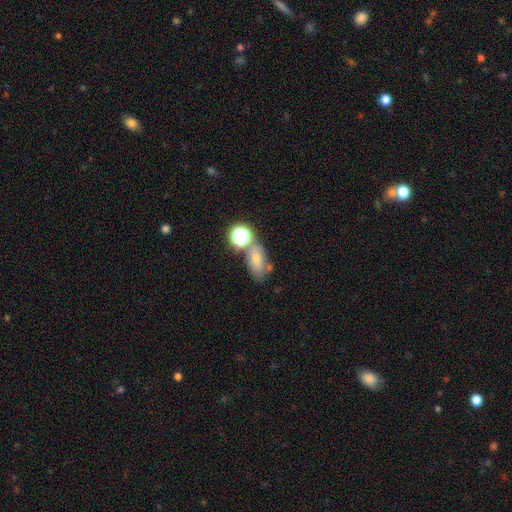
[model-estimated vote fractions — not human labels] Morphology: type=smooth (64%); roundness=in between (79%); merging=none (51%).